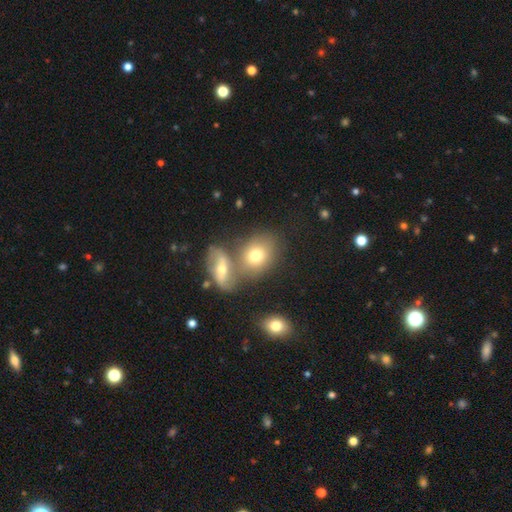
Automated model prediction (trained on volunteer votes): Overall: smooth (69%). How rounded: in between (55%; round 44%). Merging: merger (43%; none 41%).